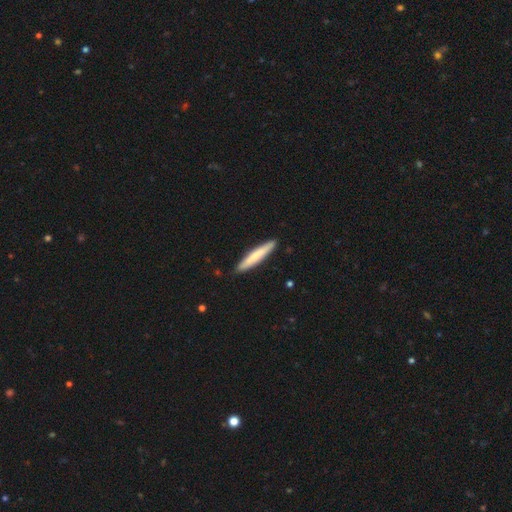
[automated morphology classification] smooth-or-featured: smooth: 70% | featured or disk: 25% | star or artifact: 5%
  how-rounded: cigar-shaped: 93% | in between: 6% | round: 1%
  merging: none: 90% | minor disturbance: 8% | major disturbance: 1% | merger: 1%